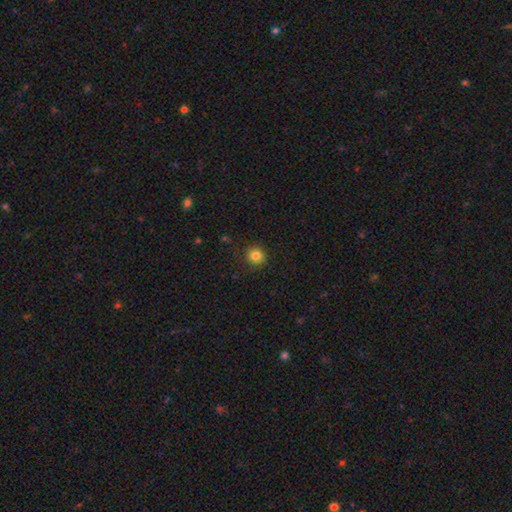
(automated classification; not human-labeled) Smooth or featured?
  - smooth: 83% *
  - star or artifact: 12%
  - featured or disk: 5%
How rounded?
  - round: 91% *
  - in between: 8%
  - cigar-shaped: 1%
Merging?
  - none: 88% *
  - minor disturbance: 8%
  - major disturbance: 2%
  - merger: 1%